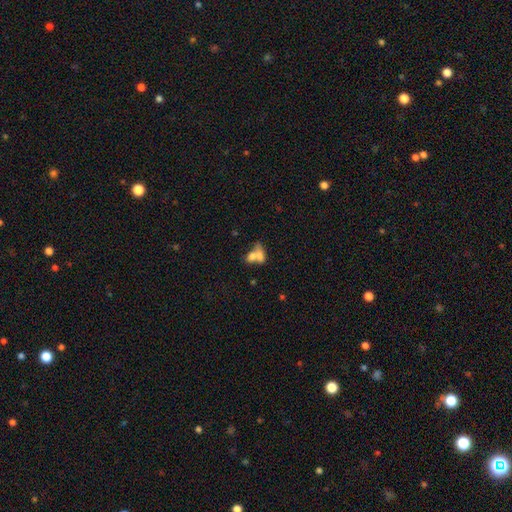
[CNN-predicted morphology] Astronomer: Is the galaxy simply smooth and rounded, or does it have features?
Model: smooth — 68%.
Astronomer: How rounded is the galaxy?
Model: in between — 73%.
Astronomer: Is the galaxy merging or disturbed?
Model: merger — 67%.